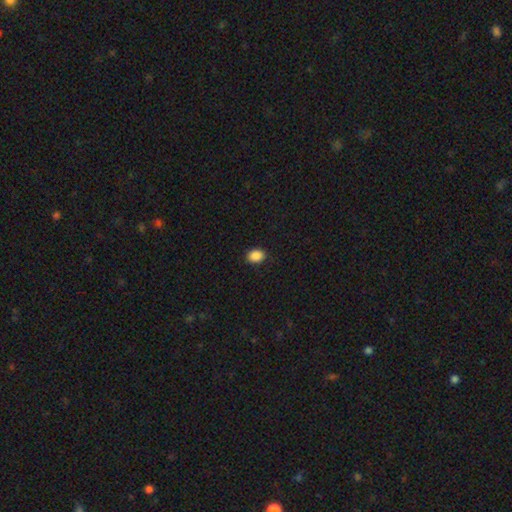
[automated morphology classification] Smooth or featured?
  - smooth: 89% *
  - star or artifact: 8%
  - featured or disk: 3%
How rounded?
  - in between: 67% *
  - round: 32%
  - cigar-shaped: 1%
Merging?
  - none: 89% *
  - minor disturbance: 9%
  - major disturbance: 2%
  - merger: 1%